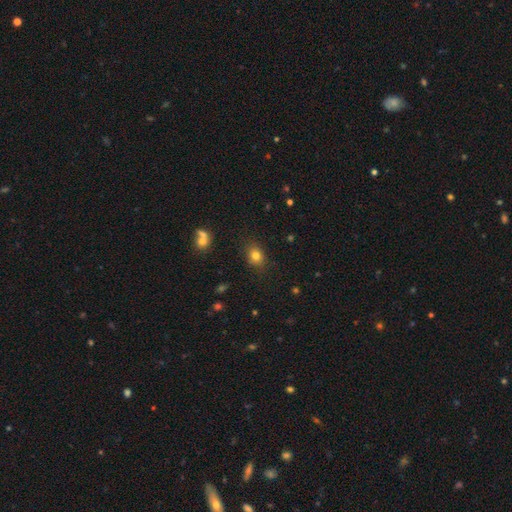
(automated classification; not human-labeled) smooth_or_featured: smooth (p=0.78) [alt: star or artifact p=0.14]
how_rounded: round (p=0.49) [tied with: in between p=0.49]
merging: none (p=0.83) [alt: minor disturbance p=0.11]